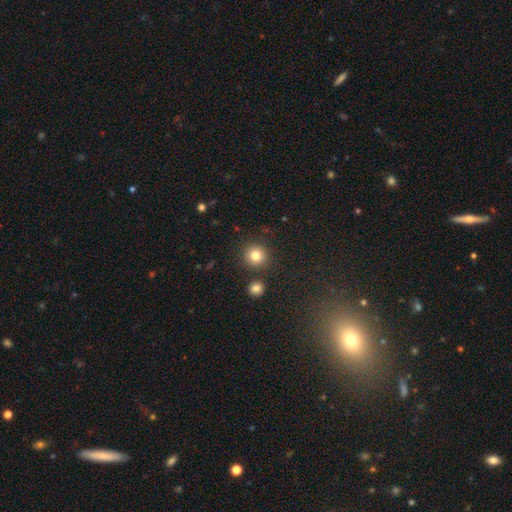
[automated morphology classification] Smooth or featured: smooth — 82% (star or artifact — 12%)
How rounded: round — 93% (in between — 6%)
Merging: none — 87% (minor disturbance — 6%)